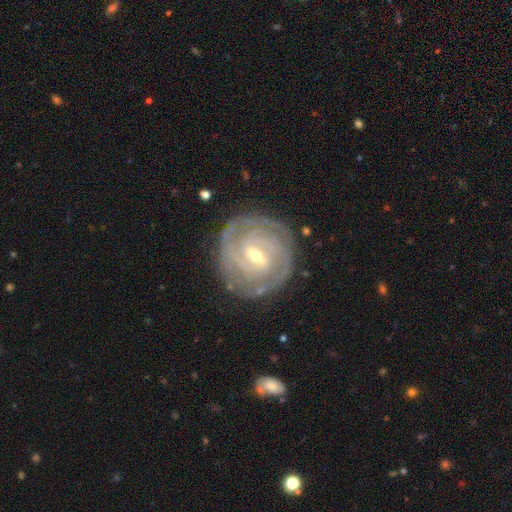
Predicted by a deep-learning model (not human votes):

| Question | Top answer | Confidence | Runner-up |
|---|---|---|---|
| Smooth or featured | featured or disk | 88% | smooth (7%) |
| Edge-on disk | no | 97% | yes (3%) |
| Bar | weak | 52% | strong (35%) |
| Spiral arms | yes | 96% | no (4%) |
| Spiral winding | tight | 81% | medium (16%) |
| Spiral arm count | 2 | 26% | can't tell (25%) |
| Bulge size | moderate | 52% | small (44%) |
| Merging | none | 83% | minor disturbance (12%) |